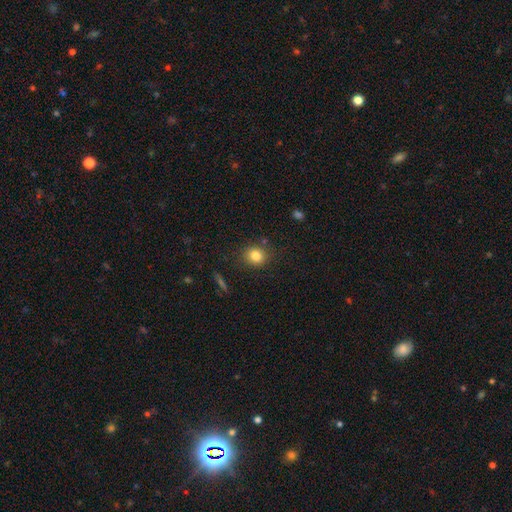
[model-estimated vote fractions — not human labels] Q: Smooth or featured?
A: smooth (82%); runner-up: star or artifact (11%)
Q: How rounded?
A: round (80%); runner-up: in between (19%)
Q: Merging?
A: none (84%); runner-up: minor disturbance (10%)